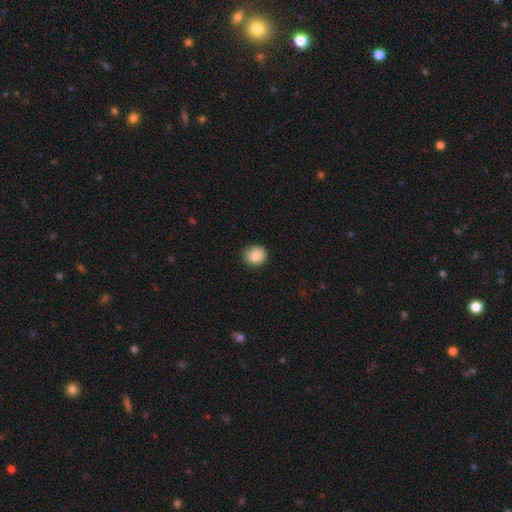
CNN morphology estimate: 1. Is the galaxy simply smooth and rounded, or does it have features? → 87% smooth, 8% star or artifact, 4% featured or disk.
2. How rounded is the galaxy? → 81% round, 18% in between, 1% cigar-shaped.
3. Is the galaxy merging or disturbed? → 87% none, 10% minor disturbance, 2% major disturbance, 1% merger.